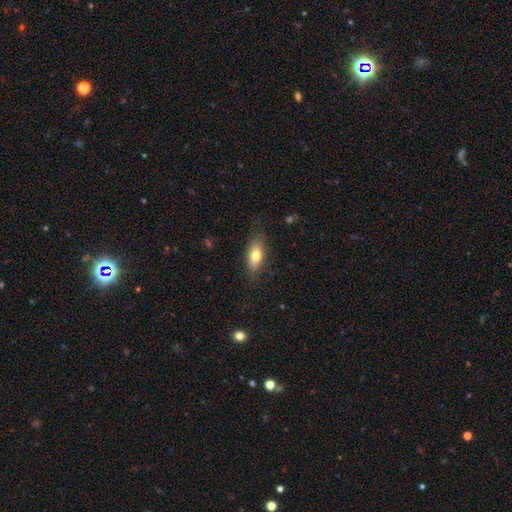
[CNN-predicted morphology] smooth 71%, featured or disk 22%, star or artifact 7%. Down the decision tree: how rounded — in between (72%); merging — none (79%).